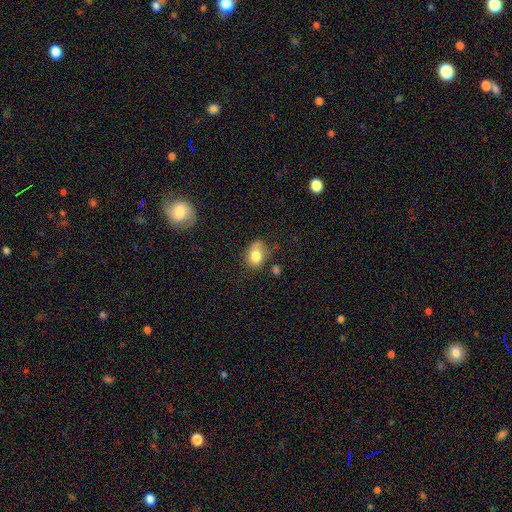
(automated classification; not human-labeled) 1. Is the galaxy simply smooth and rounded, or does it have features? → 80% smooth, 11% featured or disk, 9% star or artifact.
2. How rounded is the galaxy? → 64% in between, 35% round, 1% cigar-shaped.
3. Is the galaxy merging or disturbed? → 54% none, 30% minor disturbance, 10% major disturbance, 7% merger.